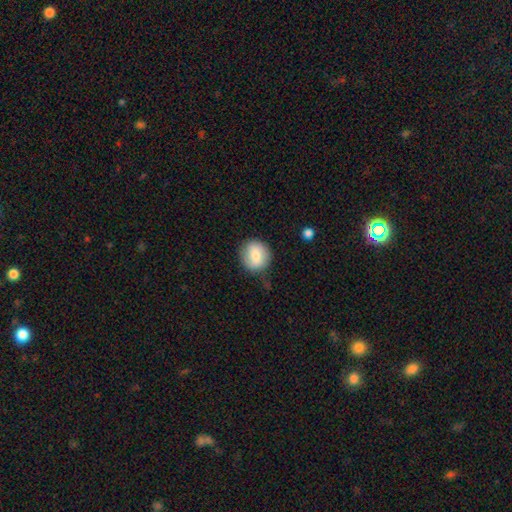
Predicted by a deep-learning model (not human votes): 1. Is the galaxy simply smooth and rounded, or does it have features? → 77% smooth, 16% featured or disk, 7% star or artifact.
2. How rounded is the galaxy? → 85% round, 13% in between, 1% cigar-shaped.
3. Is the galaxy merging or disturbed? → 78% none, 16% minor disturbance, 4% major disturbance, 2% merger.